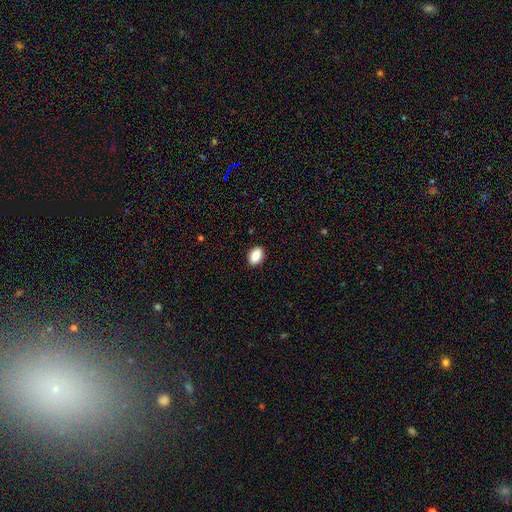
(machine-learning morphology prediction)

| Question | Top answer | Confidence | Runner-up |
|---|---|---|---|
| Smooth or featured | smooth | 88% | star or artifact (7%) |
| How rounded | in between | 86% | round (13%) |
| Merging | none | 90% | minor disturbance (7%) |